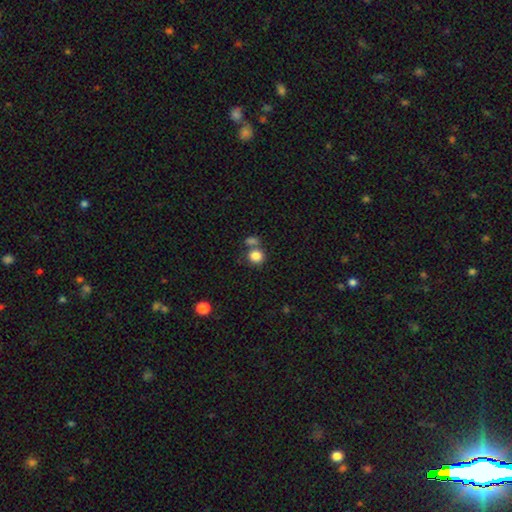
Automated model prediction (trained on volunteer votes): Smooth or featured? Predicted: smooth (p=0.84). How rounded? Predicted: round (p=0.83). Merging? Predicted: none (p=0.58).